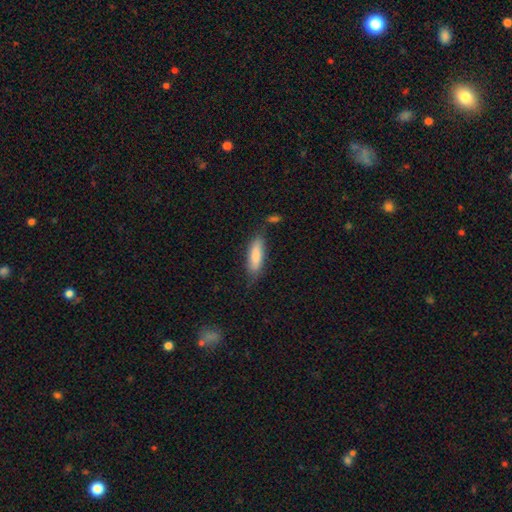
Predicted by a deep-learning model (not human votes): Smooth or featured? Predicted: smooth (p=0.81). How rounded? Predicted: in between (p=0.50). Merging? Predicted: none (p=0.68).